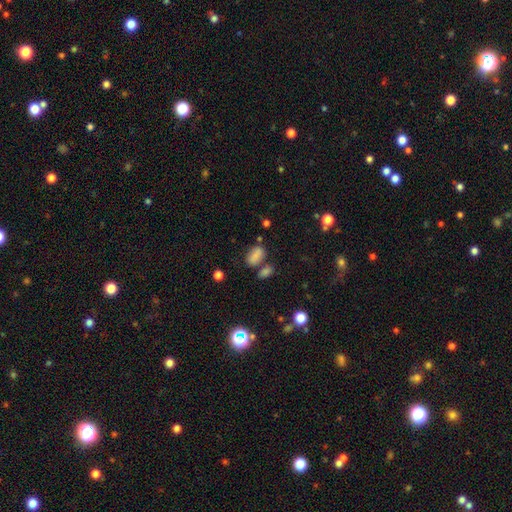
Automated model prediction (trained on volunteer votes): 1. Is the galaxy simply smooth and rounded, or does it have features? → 80% smooth, 11% star or artifact, 8% featured or disk.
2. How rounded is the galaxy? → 88% in between, 9% round, 3% cigar-shaped.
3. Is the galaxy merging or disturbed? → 57% none, 20% merger, 16% minor disturbance, 6% major disturbance.